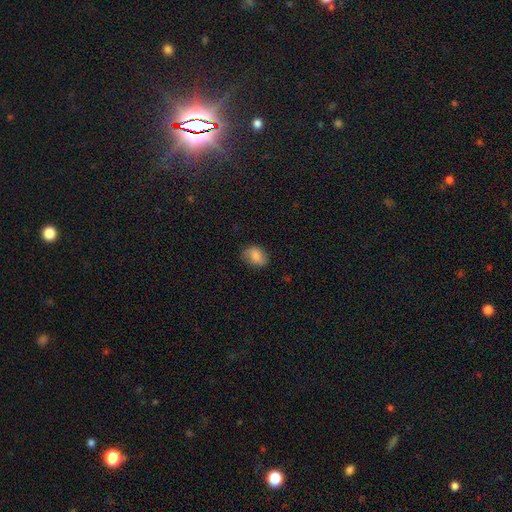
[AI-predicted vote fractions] A smooth galaxy with no disk features (78%) that is in between round and cigar-shaped (74%).

Vote fractions:
- Smooth or featured? smooth: 78% / featured or disk: 14% / star or artifact: 8%
- How rounded? in between: 74% / round: 24% / cigar-shaped: 2%
- Merging? none: 77% / minor disturbance: 18% / major disturbance: 4% / merger: 1%